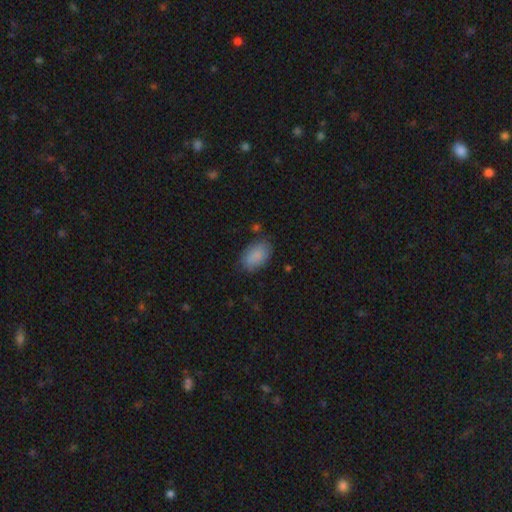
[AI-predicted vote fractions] Smooth or featured: smooth — 88% (star or artifact — 7%)
How rounded: in between — 91% (round — 8%)
Merging: none — 77% (minor disturbance — 17%)